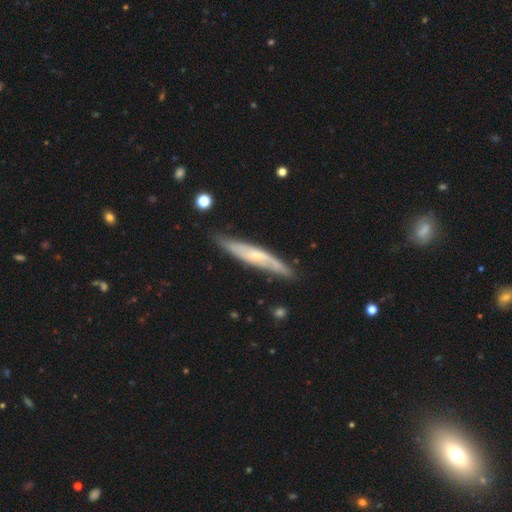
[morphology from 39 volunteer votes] Smooth or featured? featured or disk (62%)
Edge-on disk? yes (54%)
Edge-on bulge? rounded (62%)
Merging? none (84%)